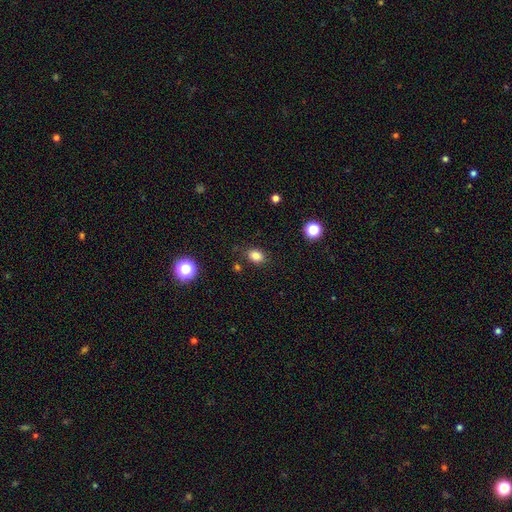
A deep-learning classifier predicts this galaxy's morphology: This appears to be a smooth galaxy with no disk features (83%) that is in between round and cigar-shaped (67%). Merging: none (81%).